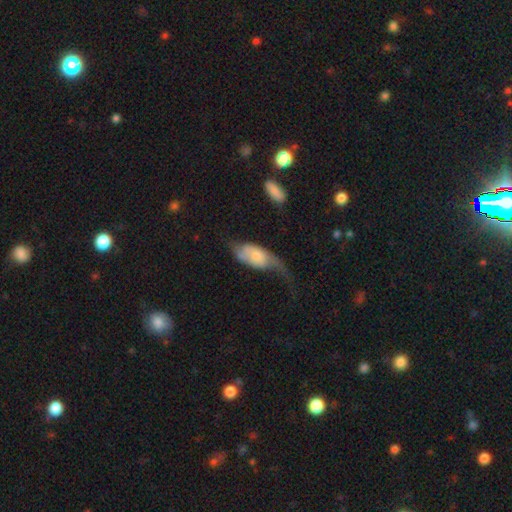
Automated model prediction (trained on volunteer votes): Morphology: type=featured or disk (55%); edge-on=no (90%); merging=major disturbance (44%).